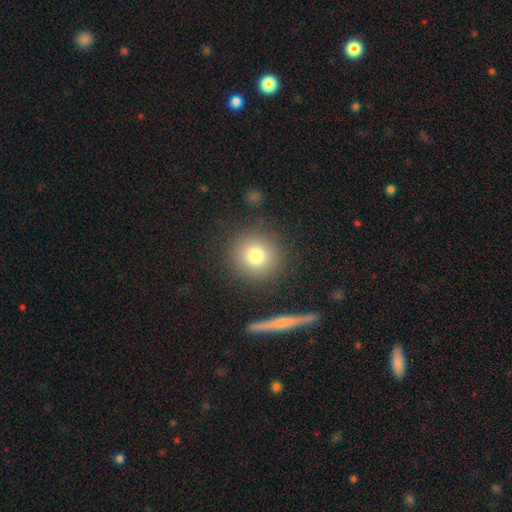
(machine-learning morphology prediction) smooth 78%, featured or disk 11%, star or artifact 11%. Down the decision tree: how rounded — round (91%); merging — none (86%).